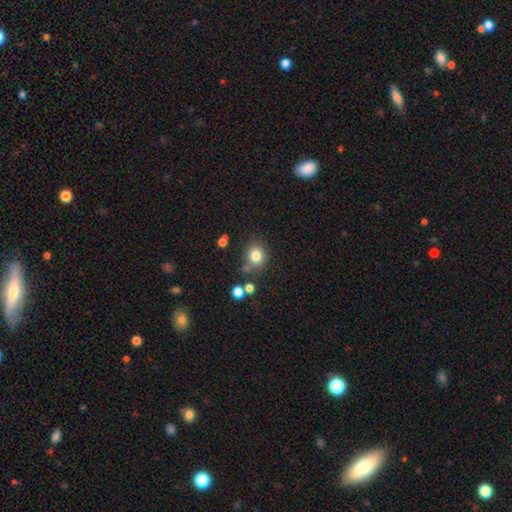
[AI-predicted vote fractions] The model was most divided on "how rounded": round: 79%, in between: 20%, cigar-shaped: 1%. More confident: smooth or featured — smooth (81%); merging — none (74%).